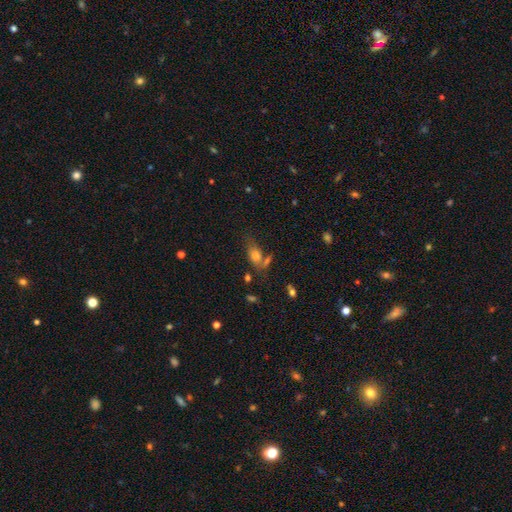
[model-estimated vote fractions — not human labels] This is likely a smooth galaxy (64%). How rounded: likely in between (73%). Merging: marginally none (44%).